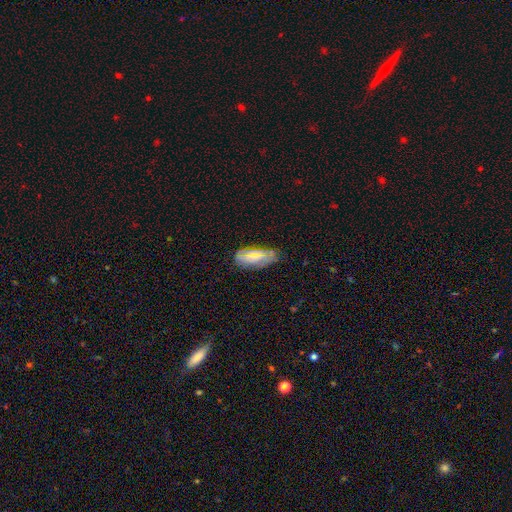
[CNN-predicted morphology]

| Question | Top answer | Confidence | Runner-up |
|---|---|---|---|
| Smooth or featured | smooth | 51% | featured or disk (35%) |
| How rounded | in between | 82% | cigar-shaped (15%) |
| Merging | none | 66% | minor disturbance (25%) |